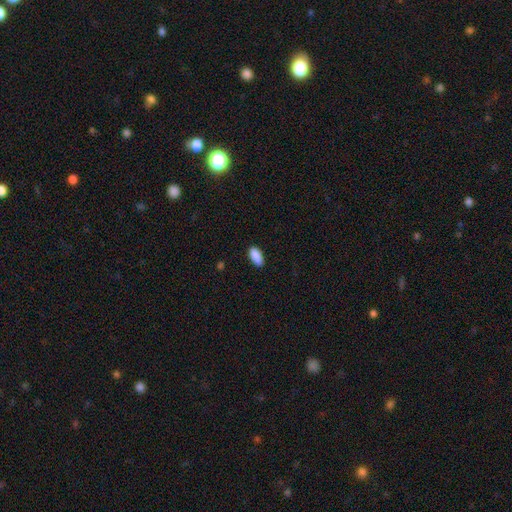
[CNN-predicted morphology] smooth 90%, star or artifact 7%, featured or disk 3%. Down the decision tree: how rounded — in between (91%); merging — none (85%).